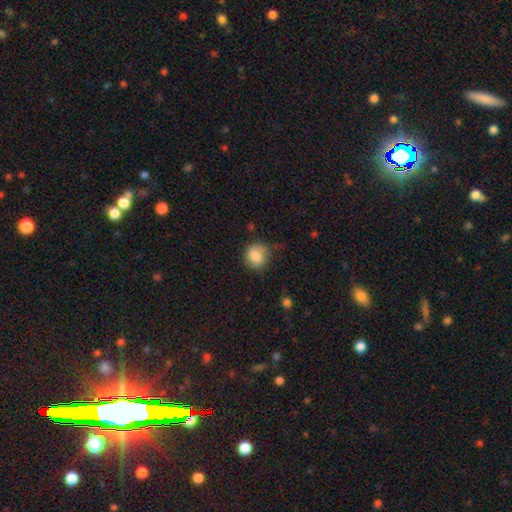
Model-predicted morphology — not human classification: This is clearly a smooth galaxy (83%). How rounded: likely round (76%). Merging: possibly none (59%).